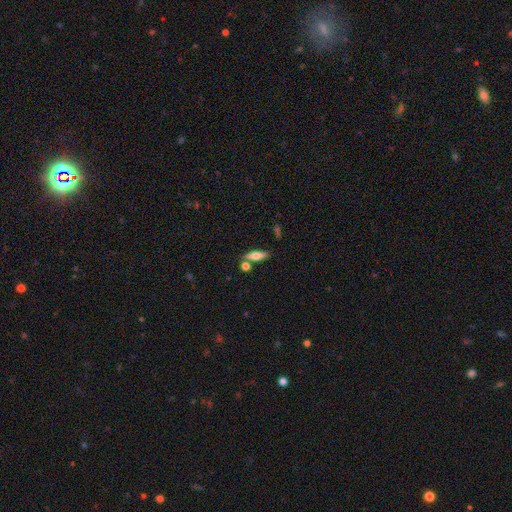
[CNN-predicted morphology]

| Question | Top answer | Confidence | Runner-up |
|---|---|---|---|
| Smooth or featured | smooth | 58% | featured or disk (34%) |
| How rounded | cigar-shaped | 58% | in between (38%) |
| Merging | none | 72% | merger (13%) |